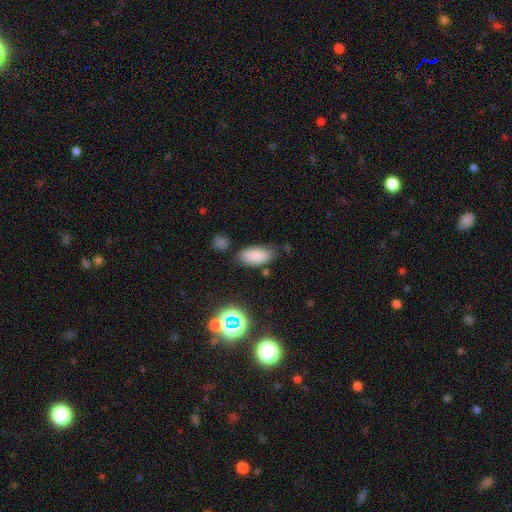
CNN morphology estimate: Overall: smooth (83%). How rounded: in between (90%). Merging: none (76%).